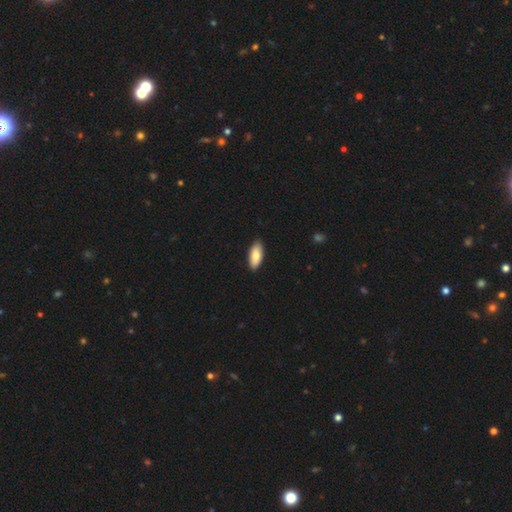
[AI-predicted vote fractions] This is clearly a smooth galaxy (82%). How rounded: clearly in between (86%). Merging: clearly none (89%).